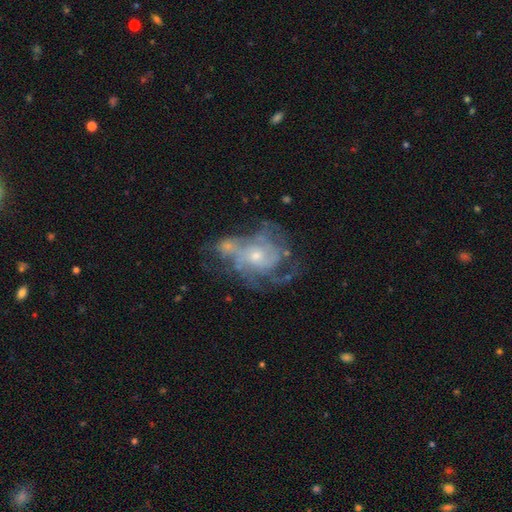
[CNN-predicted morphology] Smooth or featured: featured or disk — 80% (smooth — 12%)
Edge-on disk: no — 97% (yes — 3%)
Bar: no — 77% (weak — 20%)
Spiral arms: yes — 81% (no — 19%)
Spiral winding: tight — 47% (medium — 38%)
Spiral arm count: can't tell — 43% (3 — 22%)
Bulge size: small — 59% (moderate — 36%)
Merging: none — 39% (major disturbance — 25%)